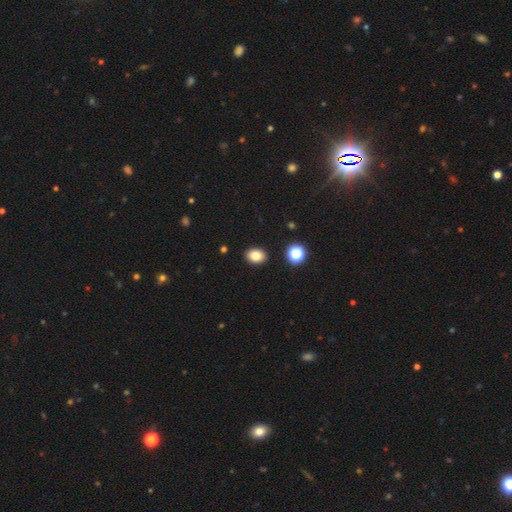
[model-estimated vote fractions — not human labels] Smooth or featured: smooth — 81% (star or artifact — 11%)
How rounded: in between — 64% (round — 35%)
Merging: none — 90% (minor disturbance — 7%)